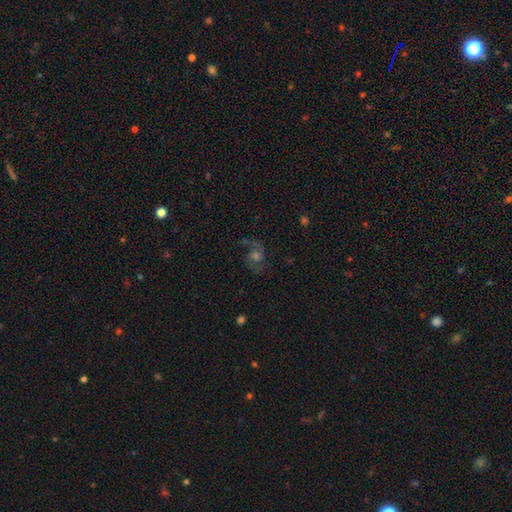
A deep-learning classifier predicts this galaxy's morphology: featured or disk 72%, star or artifact 15%, smooth 13%. Down the decision tree: edge-on disk — no (97%); bar — no (65%); spiral arms — yes (94%); spiral arm count — 2 (87%); spiral winding — medium (50%); bulge size — moderate (53%); merging — none (72%).